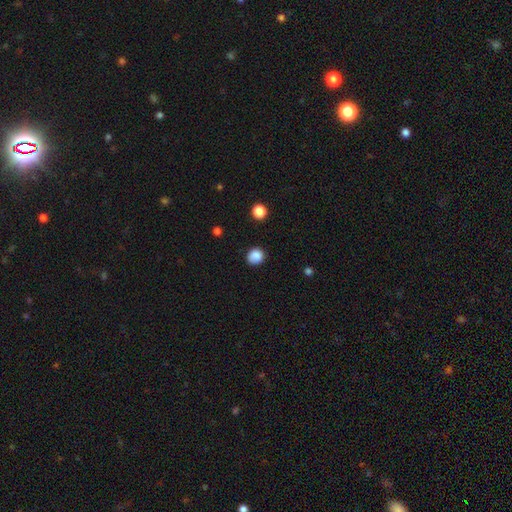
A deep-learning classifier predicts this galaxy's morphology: smooth 86%, star or artifact 11%, featured or disk 4%. Down the decision tree: how rounded — round (82%); merging — none (82%).